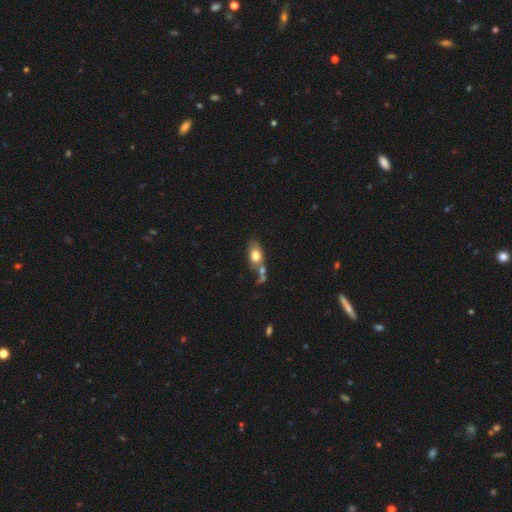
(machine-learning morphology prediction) Smooth or featured? smooth (72%)
How rounded? in between (78%)
Merging? merger (40%)